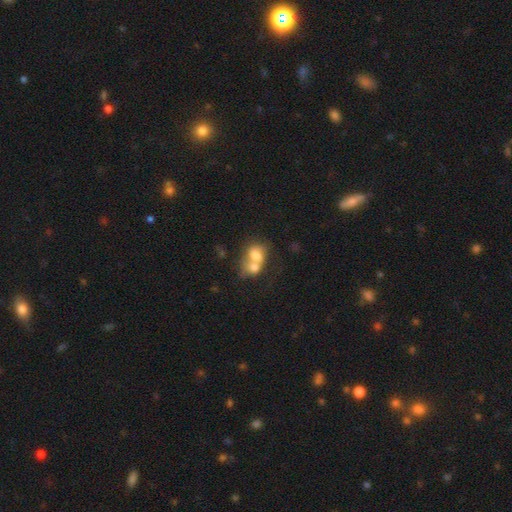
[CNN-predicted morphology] type=smooth (69%); roundness=in between (52%); merging=merger (74%).